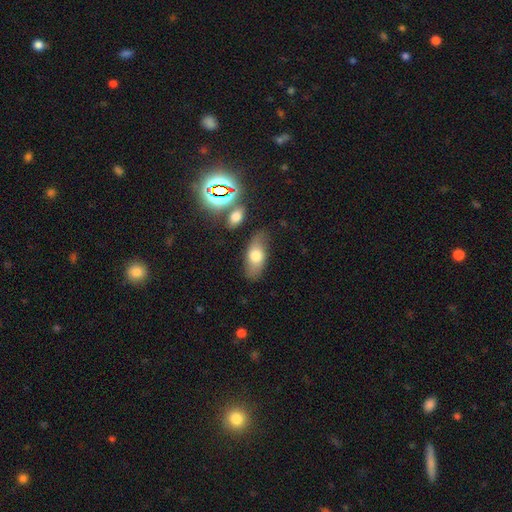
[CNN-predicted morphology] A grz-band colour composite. It shows a smooth galaxy with no disk features (68%) that is in between round and cigar-shaped (87%). Merging: none (72%).